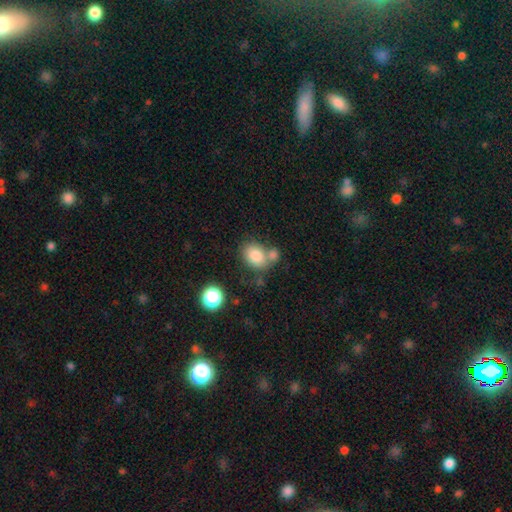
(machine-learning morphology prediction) A smooth galaxy with no disk features (82%) that is in between round and cigar-shaped (63%).

Vote fractions:
- Smooth or featured? smooth: 82% / star or artifact: 9% / featured or disk: 9%
- How rounded? in between: 63% / round: 36% / cigar-shaped: 1%
- Merging? none: 47% / merger: 33% / minor disturbance: 14% / major disturbance: 6%